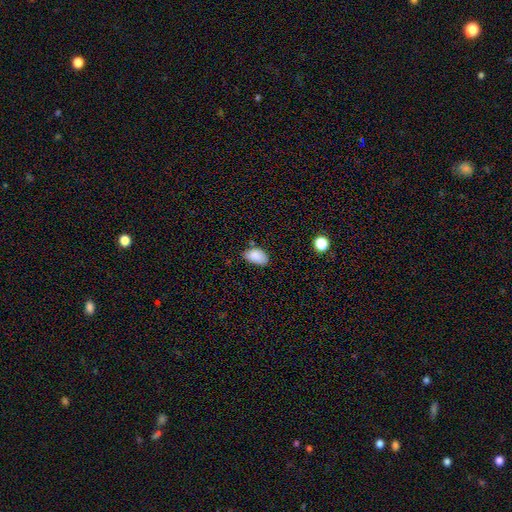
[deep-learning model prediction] smooth-or-featured: smooth: 86% | star or artifact: 8% | featured or disk: 6%
  how-rounded: in between: 92% | round: 7% | cigar-shaped: 1%
  merging: none: 61% | minor disturbance: 30% | major disturbance: 5% | merger: 4%